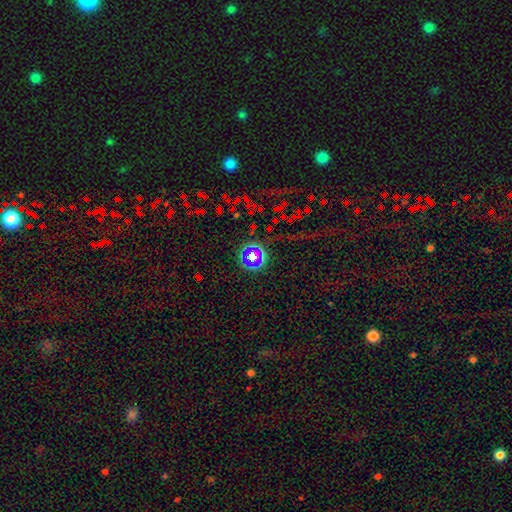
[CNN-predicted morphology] type=star or artifact (57%).